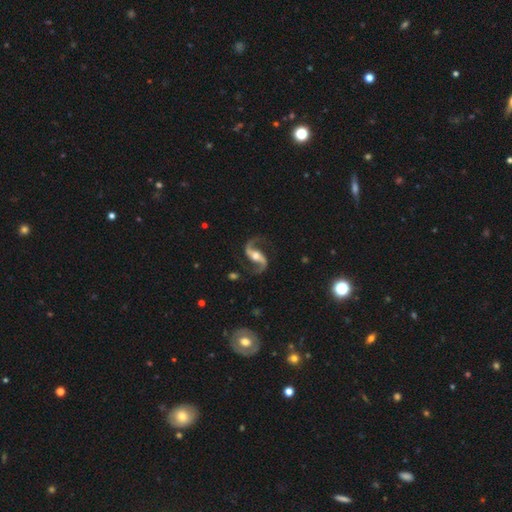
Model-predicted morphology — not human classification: This is clearly a featured or disk galaxy (93%). It is clearly not viewed edge-on (97%). Bar: marginally strong (40%). Spiral arm pattern: clearly yes (98%). Spiral arm count: clearly 2 (95%). Spiral winding: possibly loose (59%). Central bulge: likely moderate (65%). Merging: clearly none (82%).